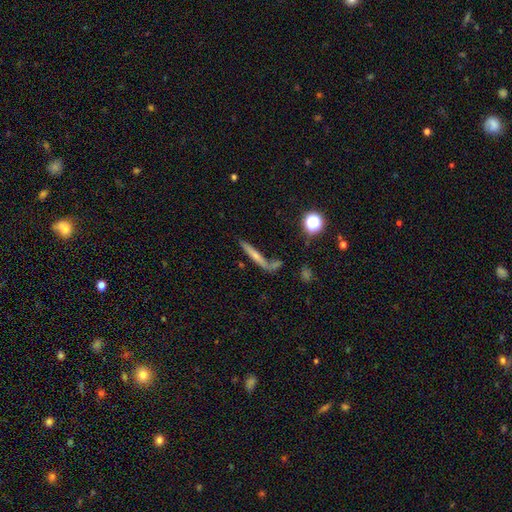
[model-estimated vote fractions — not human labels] Smooth or featured: smooth — 48% (featured or disk — 40%)
Merging: none — 53% (minor disturbance — 17%)